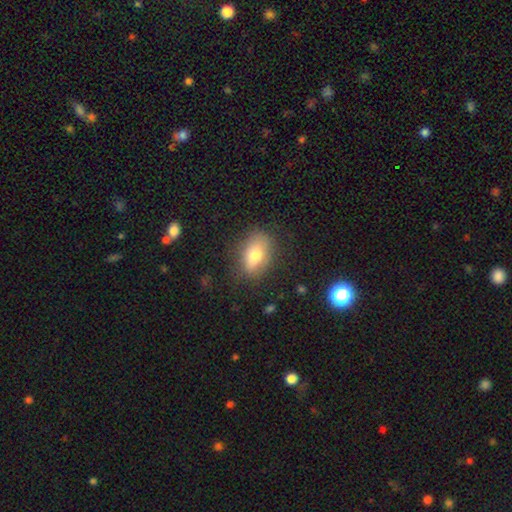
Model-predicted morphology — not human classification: Smooth or featured?
  - smooth: 73% *
  - featured or disk: 19%
  - star or artifact: 9%
How rounded?
  - in between: 83% *
  - round: 13%
  - cigar-shaped: 4%
Merging?
  - none: 77% *
  - minor disturbance: 16%
  - major disturbance: 5%
  - merger: 1%